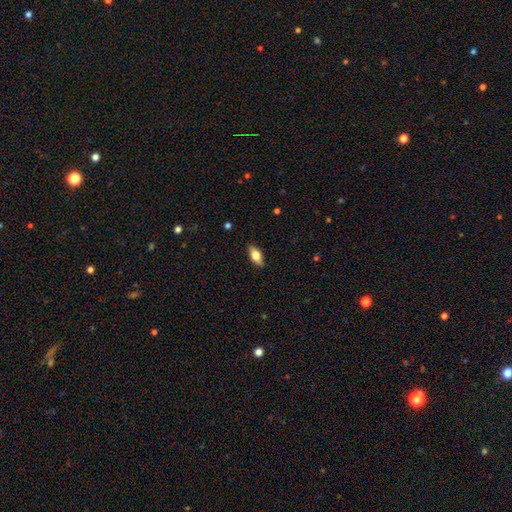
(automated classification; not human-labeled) This is likely a smooth galaxy (70%). How rounded: clearly in between (83%). Merging: clearly none (88%).